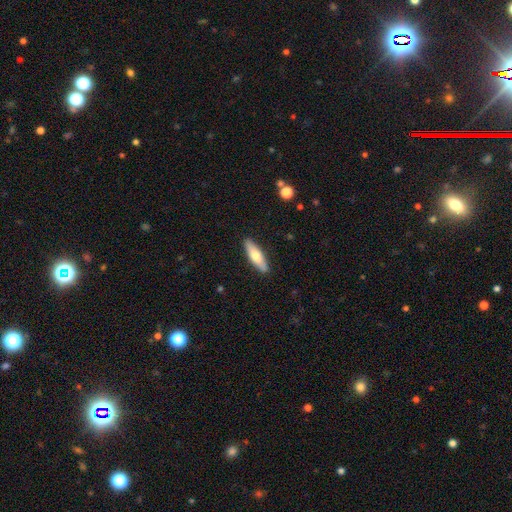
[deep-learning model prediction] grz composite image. It shows a smooth galaxy with no disk features (63%) that is cigar-shaped (56%). Merging: none (89%).